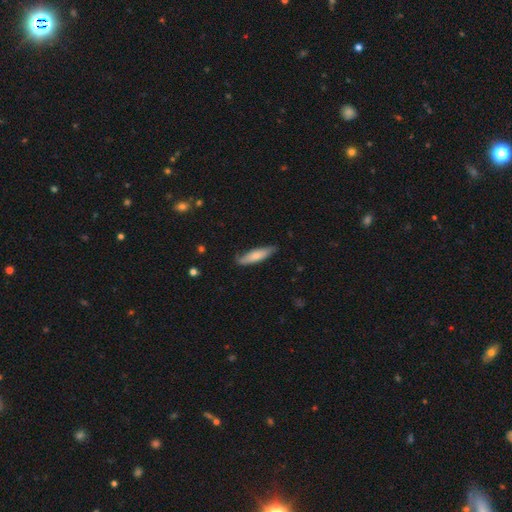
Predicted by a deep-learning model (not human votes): Smooth or featured? smooth (71%)
How rounded? cigar-shaped (70%)
Merging? none (78%)